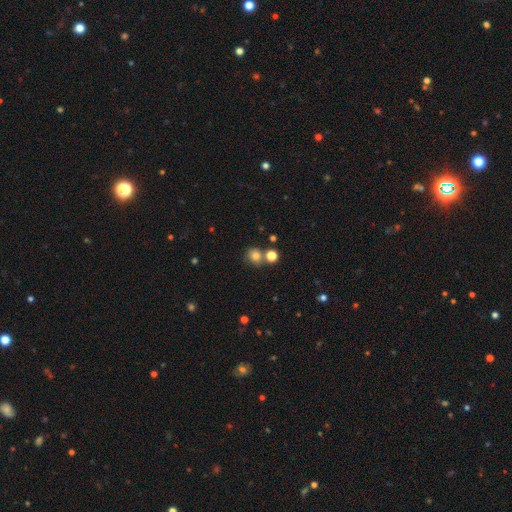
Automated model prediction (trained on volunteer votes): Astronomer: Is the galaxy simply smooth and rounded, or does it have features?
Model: smooth — 78%.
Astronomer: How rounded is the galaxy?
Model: round — 84%.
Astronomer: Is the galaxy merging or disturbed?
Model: none — 67%.